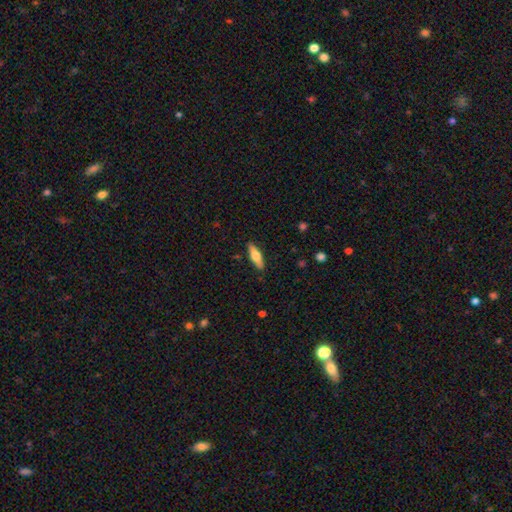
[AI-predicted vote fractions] Smooth or featured? smooth (55%)
How rounded? cigar-shaped (51%)
Merging? none (88%)